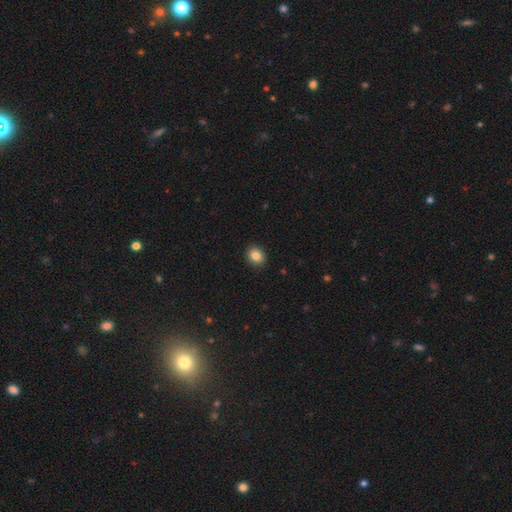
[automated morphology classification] smooth-or-featured: smooth: 85% | star or artifact: 10% | featured or disk: 5%
  how-rounded: round: 60% | in between: 39% | cigar-shaped: 1%
  merging: none: 91% | minor disturbance: 6% | major disturbance: 2% | merger: 1%